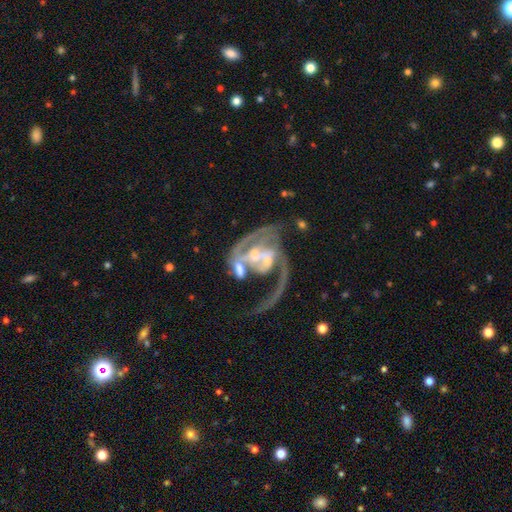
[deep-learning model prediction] This is clearly a featured or disk galaxy (86%). It is clearly not viewed edge-on (98%). Bar: possibly no (48%). Spiral arm pattern: clearly yes (88%). Spiral arm count: possibly 2 (52%). Spiral winding: marginally loose (43%). Central bulge: marginally small (40%). Merging: possibly merger (46%).